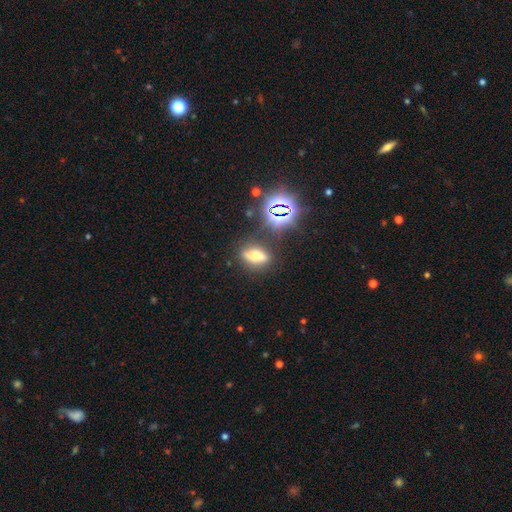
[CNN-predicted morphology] This appears to be a smooth galaxy with no disk features (43%). Merging: none (79%).